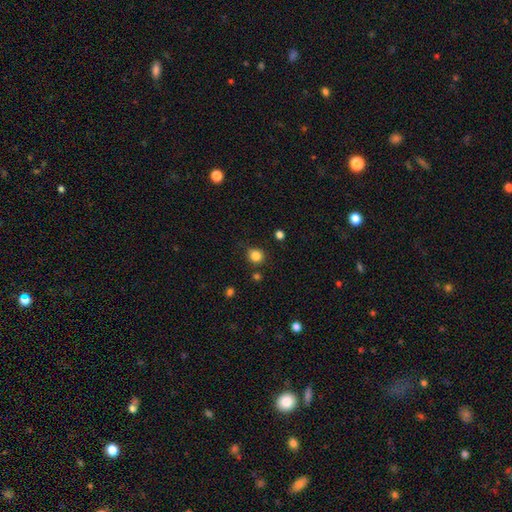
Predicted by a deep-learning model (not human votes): Q: Smooth or featured?
A: smooth (84%); runner-up: star or artifact (12%)
Q: How rounded?
A: round (85%); runner-up: in between (14%)
Q: Merging?
A: none (83%); runner-up: minor disturbance (11%)